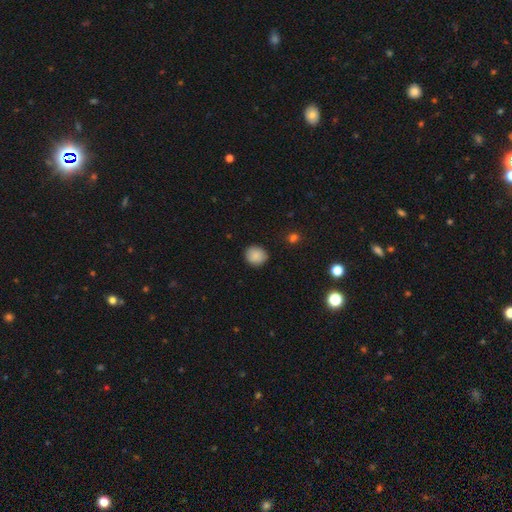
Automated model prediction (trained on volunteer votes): A smooth galaxy with no disk features (88%) that is round (85%).

Vote fractions:
- Smooth or featured? smooth: 88% / star or artifact: 8% / featured or disk: 4%
- How rounded? round: 85% / in between: 14% / cigar-shaped: 1%
- Merging? none: 88% / minor disturbance: 9% / major disturbance: 2% / merger: 1%